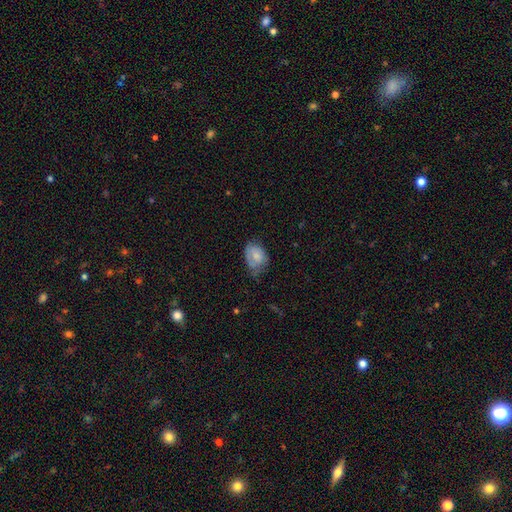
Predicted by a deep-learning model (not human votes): Smooth or featured? smooth (61%)
How rounded? in between (76%)
Merging? none (45%)